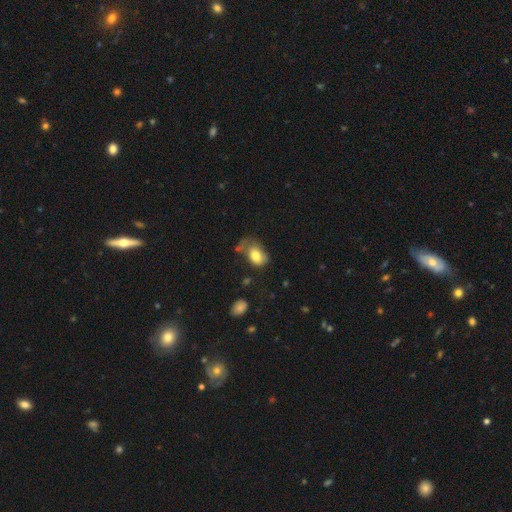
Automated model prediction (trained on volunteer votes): Smooth or featured?
  - smooth: 77% *
  - featured or disk: 16%
  - star or artifact: 8%
How rounded?
  - in between: 80% *
  - round: 18%
  - cigar-shaped: 1%
Merging?
  - major disturbance: 32% *
  - none: 30%
  - minor disturbance: 30%
  - merger: 8%